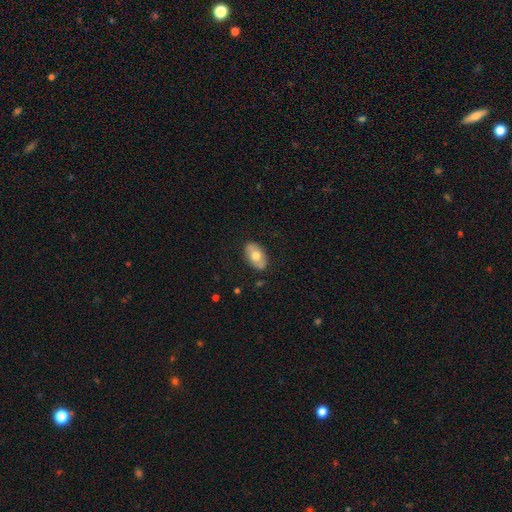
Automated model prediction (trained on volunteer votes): smooth-or-featured: smooth: 64% | featured or disk: 30% | star or artifact: 6%
  how-rounded: in between: 91% | round: 8% | cigar-shaped: 2%
  merging: none: 84% | minor disturbance: 12% | major disturbance: 2% | merger: 1%